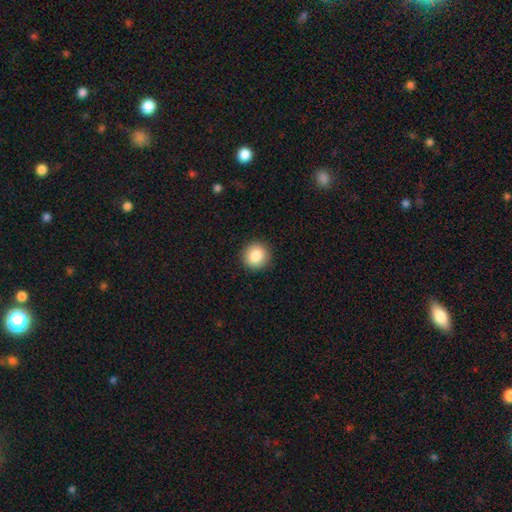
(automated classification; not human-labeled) Morphology: type=smooth (86%); roundness=round (94%); merging=none (92%).